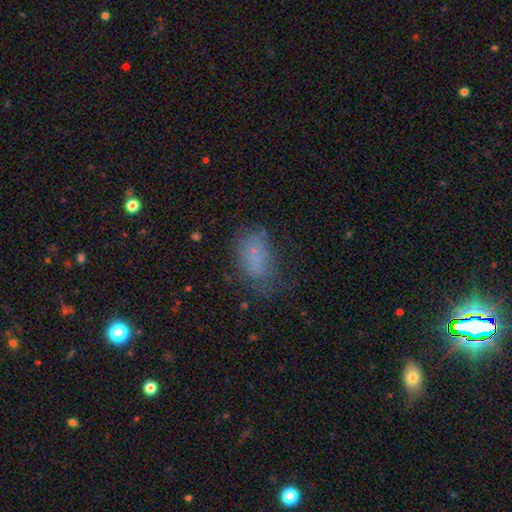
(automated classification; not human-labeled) Morphology: type=smooth (67%); roundness=in between (88%); merging=none (48%).